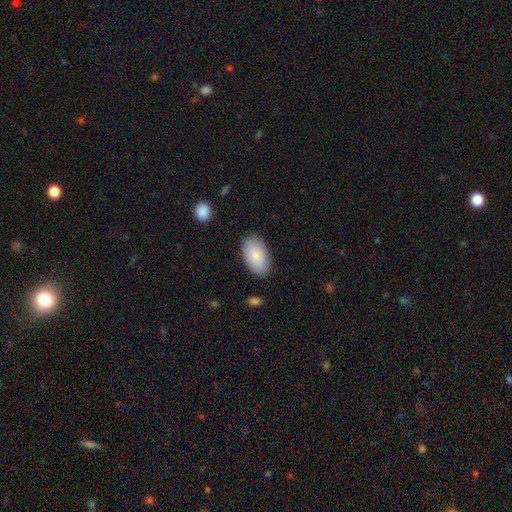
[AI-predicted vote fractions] smooth-or-featured: smooth: 86% | featured or disk: 8% | star or artifact: 6%
  how-rounded: in between: 95% | round: 3% | cigar-shaped: 1%
  merging: none: 86% | minor disturbance: 11% | major disturbance: 2% | merger: 1%